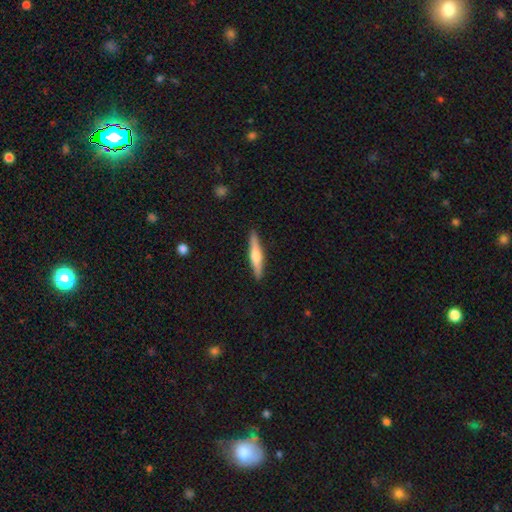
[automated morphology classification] This is possibly a featured or disk galaxy (48%). Merging: clearly none (91%).